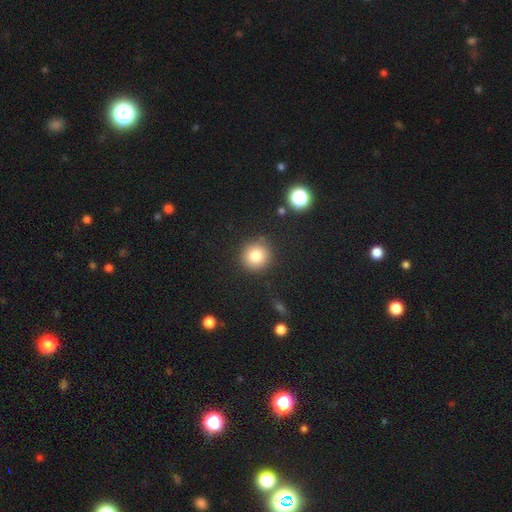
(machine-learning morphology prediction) Q: Smooth or featured?
A: smooth (81%); runner-up: star or artifact (11%)
Q: How rounded?
A: round (93%); runner-up: in between (6%)
Q: Merging?
A: none (87%); runner-up: minor disturbance (8%)